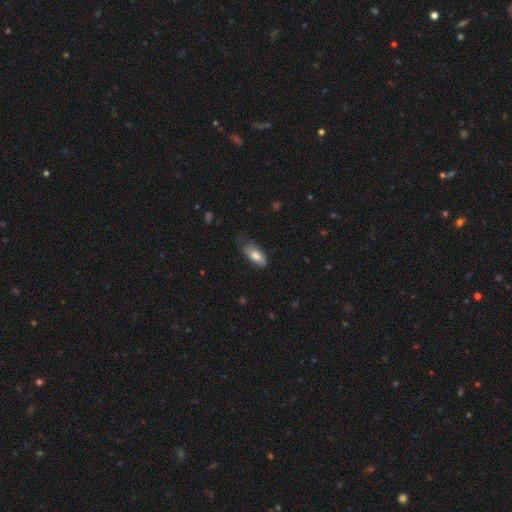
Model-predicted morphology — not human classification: smooth-or-featured: smooth: 77% | featured or disk: 17% | star or artifact: 7%
  how-rounded: in between: 85% | cigar-shaped: 13% | round: 3%
  merging: none: 54% | minor disturbance: 35% | major disturbance: 9% | merger: 2%